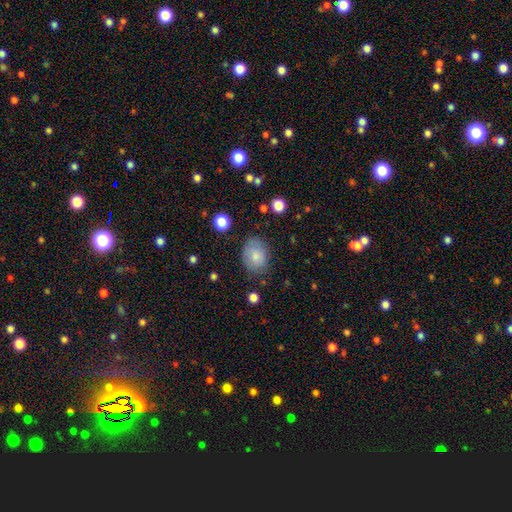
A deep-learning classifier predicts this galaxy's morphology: This is likely a smooth galaxy (76%). How rounded: likely in between (66%). Merging: likely none (72%).